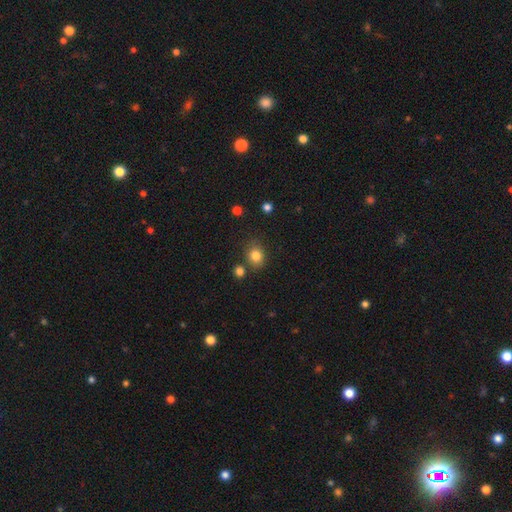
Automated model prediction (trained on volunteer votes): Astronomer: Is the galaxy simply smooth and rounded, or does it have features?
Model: smooth — 82%.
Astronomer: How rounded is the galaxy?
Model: round — 66%.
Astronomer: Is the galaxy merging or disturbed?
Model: none — 75%.